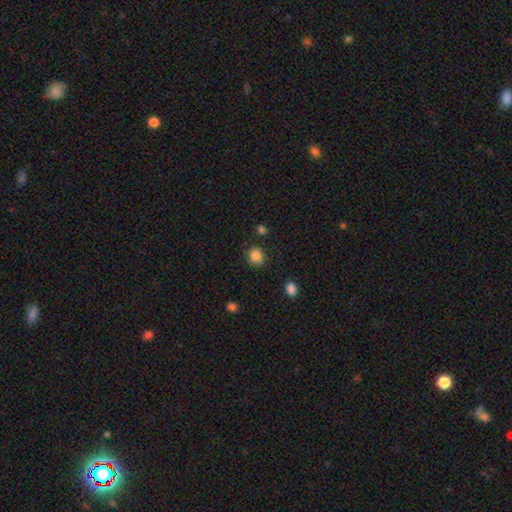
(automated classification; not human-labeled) This appears to be a smooth galaxy with no disk features (86%) that is round (82%). Merging: none (83%).